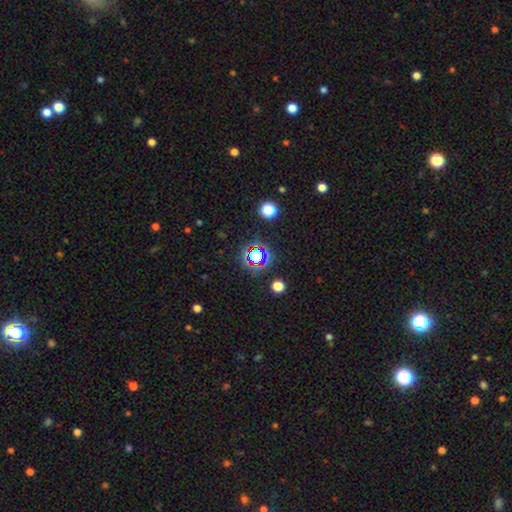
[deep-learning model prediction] This is likely a star or artifact rather than a galaxy (63%).